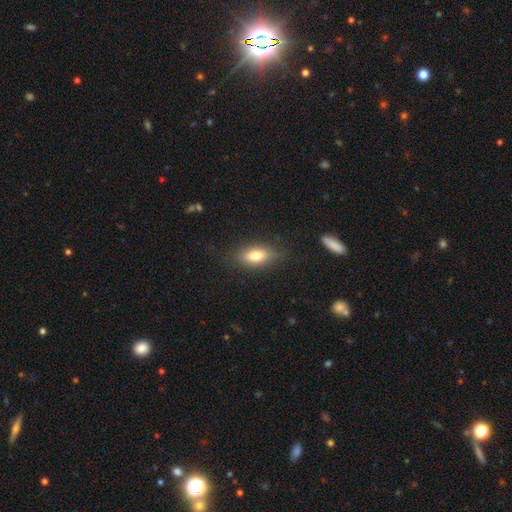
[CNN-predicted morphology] smooth-or-featured: smooth: 75% | featured or disk: 17% | star or artifact: 8%
  how-rounded: in between: 80% | cigar-shaped: 14% | round: 6%
  merging: none: 82% | minor disturbance: 13% | major disturbance: 4% | merger: 1%